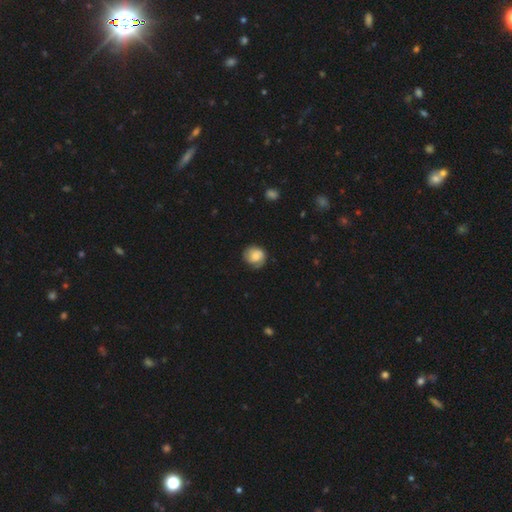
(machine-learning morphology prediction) Overall: smooth (69%). How rounded: round (81%). Merging: none (69%).